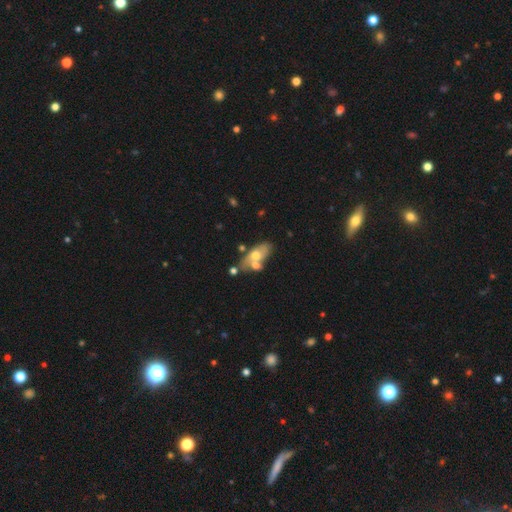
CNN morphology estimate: Overall: smooth (47%; featured or disk 46%). Merging: none (44%; merger 33%).